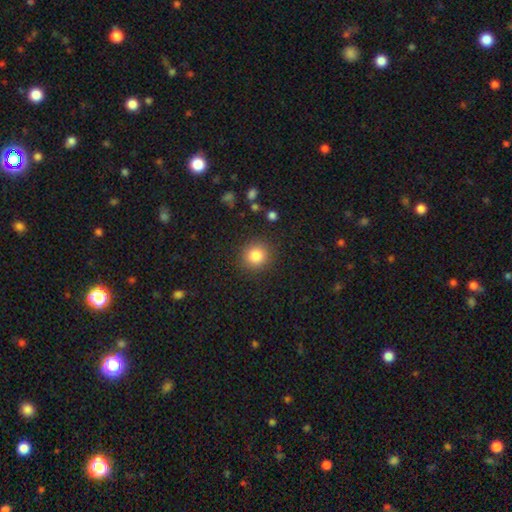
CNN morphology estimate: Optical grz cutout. It shows a smooth galaxy with no disk features (84%) that is round (89%). Merging: none (88%).